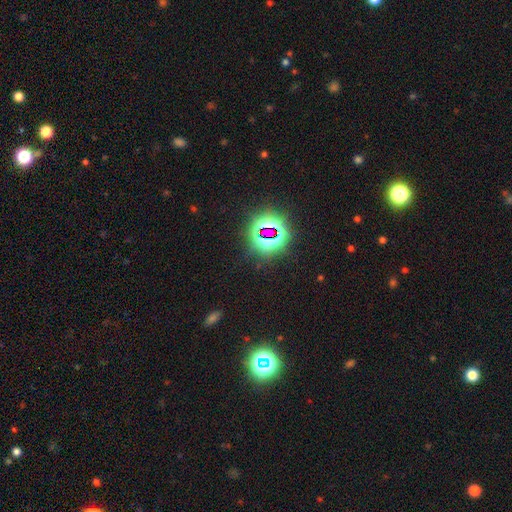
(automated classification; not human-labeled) Overall: star or artifact (80%).